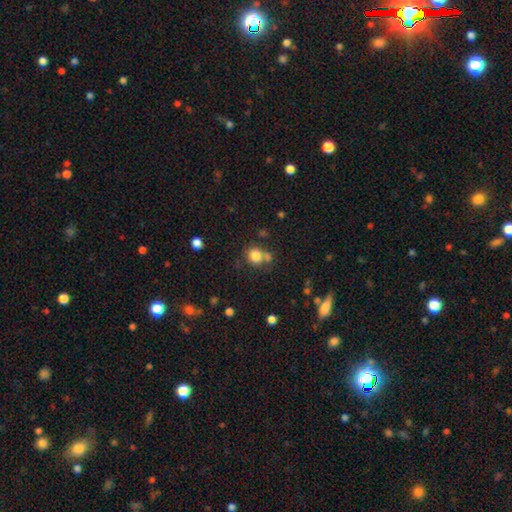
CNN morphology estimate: Q: Smooth or featured?
A: smooth (81%); runner-up: star or artifact (12%)
Q: How rounded?
A: round (82%); runner-up: in between (17%)
Q: Merging?
A: none (59%); runner-up: merger (24%)